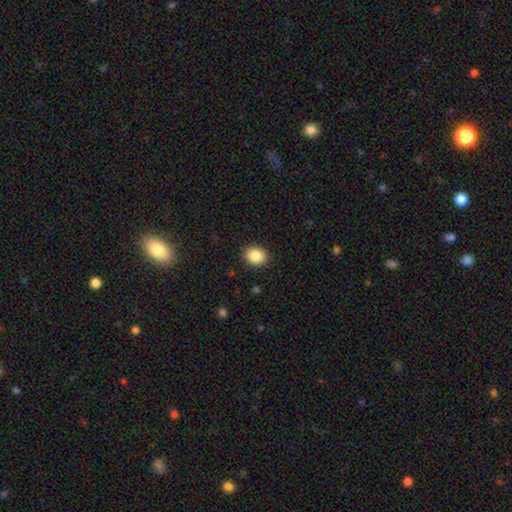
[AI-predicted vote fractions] Morphology: type=smooth (87%); roundness=in between (55%); merging=none (90%).